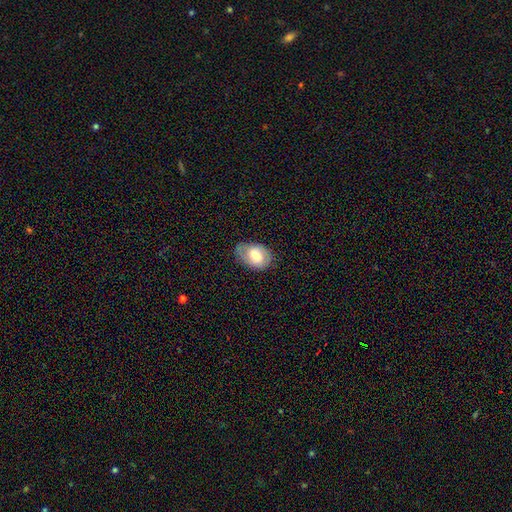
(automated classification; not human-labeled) Q: Smooth or featured?
A: smooth (52%); runner-up: featured or disk (41%)
Q: How rounded?
A: in between (78%); runner-up: round (21%)
Q: Merging?
A: none (64%); runner-up: minor disturbance (26%)